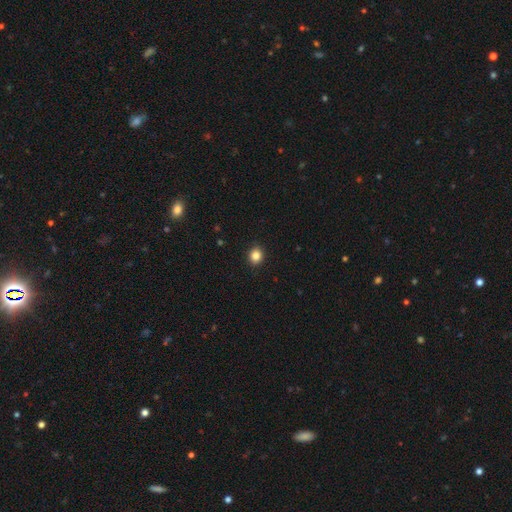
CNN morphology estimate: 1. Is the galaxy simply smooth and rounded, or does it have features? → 85% smooth, 11% star or artifact, 5% featured or disk.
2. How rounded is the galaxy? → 75% round, 24% in between, 1% cigar-shaped.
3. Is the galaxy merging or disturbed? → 92% none, 6% minor disturbance, 2% major disturbance, 1% merger.